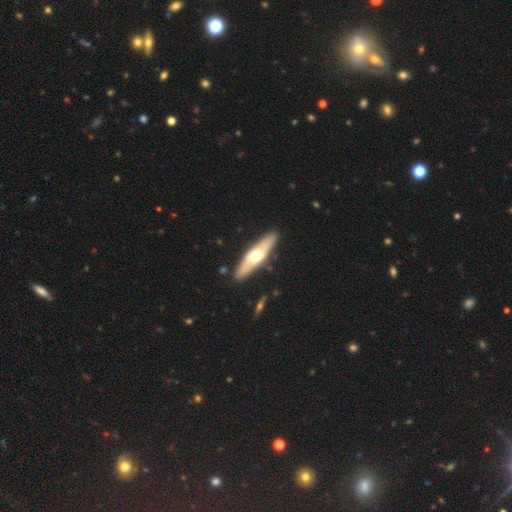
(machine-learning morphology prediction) The model was most divided on "smooth or featured": featured or disk: 54%, smooth: 42%, star or artifact: 5%. More confident: merging — none (88%); edge-on disk — yes (76%).